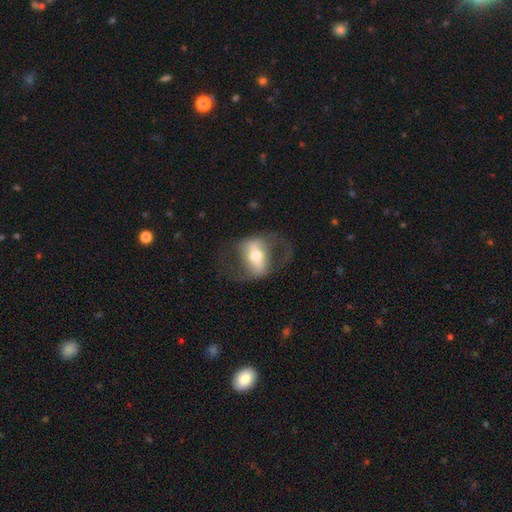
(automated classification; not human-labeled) The model was most divided on "spiral arms": yes: 63%, no: 37%. More confident: edge-on disk — no (87%); smooth or featured — featured or disk (71%); bulge size — moderate (64%); merging — none (63%); bar — strong (55%).